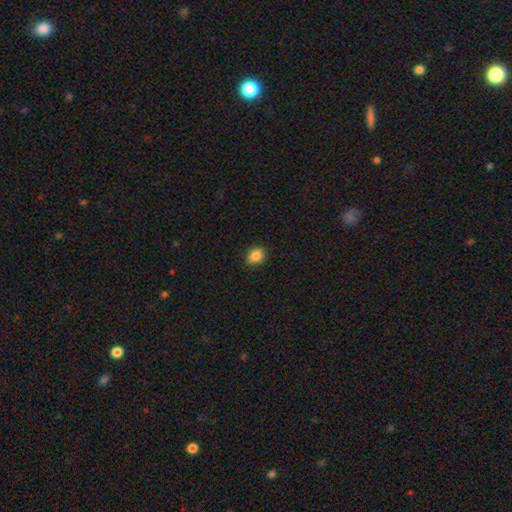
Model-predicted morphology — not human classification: A smooth galaxy with no disk features (86%) that is in between round and cigar-shaped (76%). Merging: none (89%).